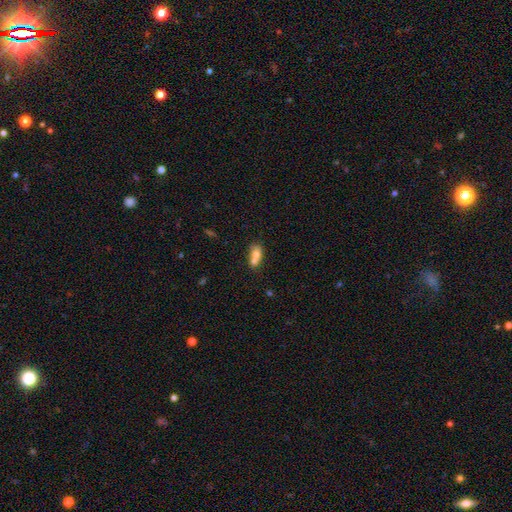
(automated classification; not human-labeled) smooth 70%, featured or disk 19%, star or artifact 10%. Down the decision tree: how rounded — in between (66%); merging — merger (65%).